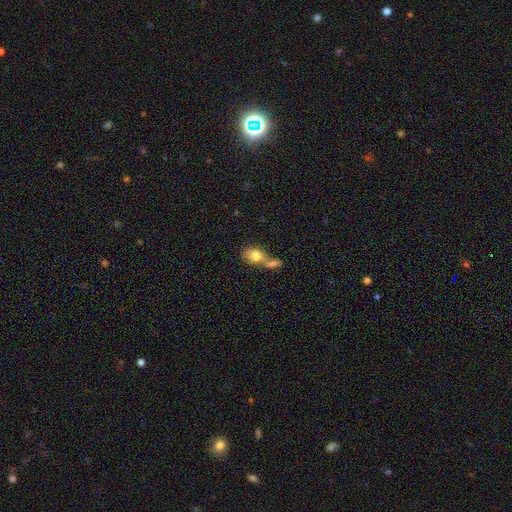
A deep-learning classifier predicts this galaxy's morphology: Smooth or featured?
  - smooth: 79% *
  - featured or disk: 14%
  - star or artifact: 8%
How rounded?
  - in between: 63% *
  - round: 35%
  - cigar-shaped: 2%
Merging?
  - merger: 52% *
  - none: 30%
  - minor disturbance: 11%
  - major disturbance: 7%